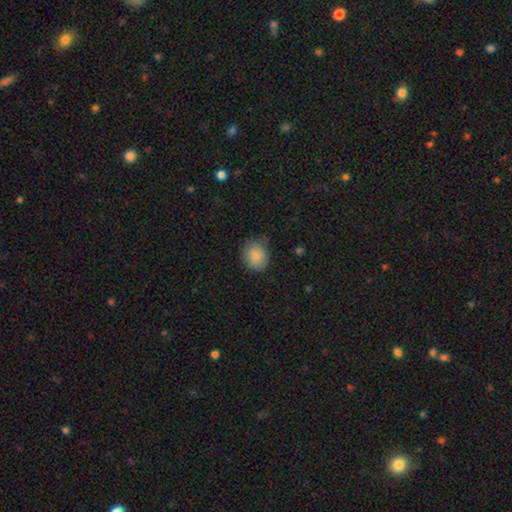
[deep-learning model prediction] Smooth or featured? smooth (87%)
How rounded? round (75%)
Merging? none (77%)